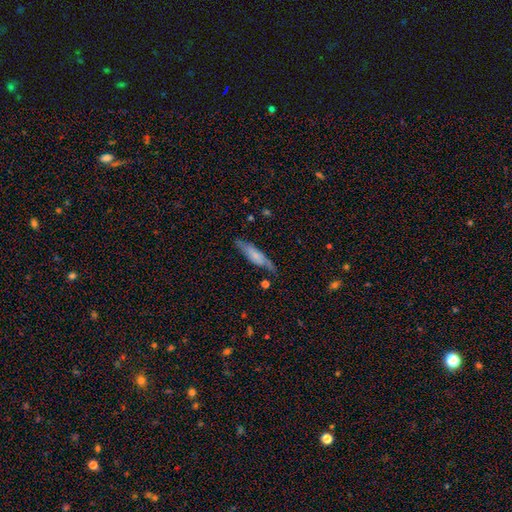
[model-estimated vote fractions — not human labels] Morphology: type=smooth (54%); roundness=cigar-shaped (64%); merging=none (67%).